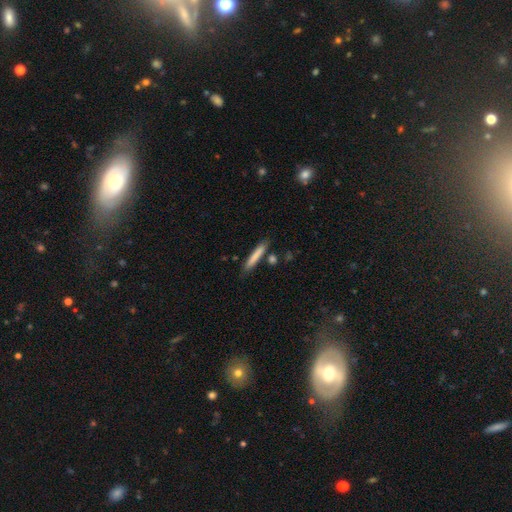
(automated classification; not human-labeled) Smooth or featured? smooth (77%)
How rounded? cigar-shaped (93%)
Merging? none (82%)